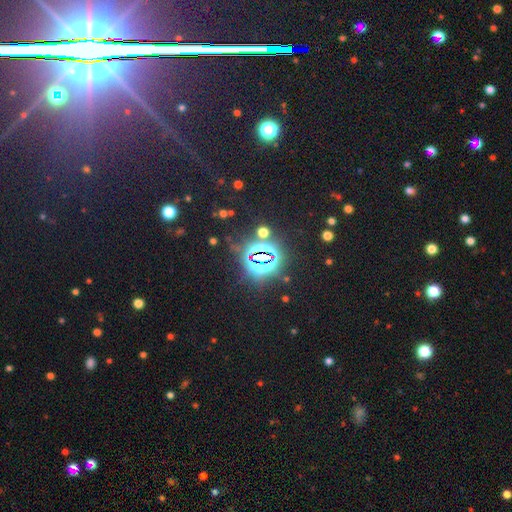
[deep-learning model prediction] A star or artifact, not a galaxy (81%).

Vote fractions:
- Smooth or featured? star or artifact: 81% / smooth: 11% / featured or disk: 8%